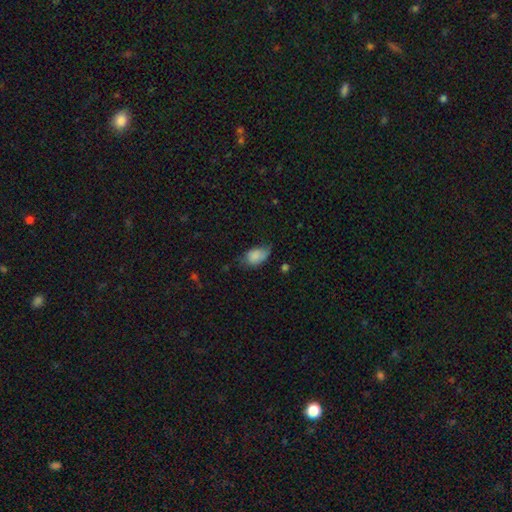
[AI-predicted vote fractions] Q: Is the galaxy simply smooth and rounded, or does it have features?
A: smooth — 80%.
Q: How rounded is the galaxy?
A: in between — 89%.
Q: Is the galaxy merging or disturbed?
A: none — 44%.